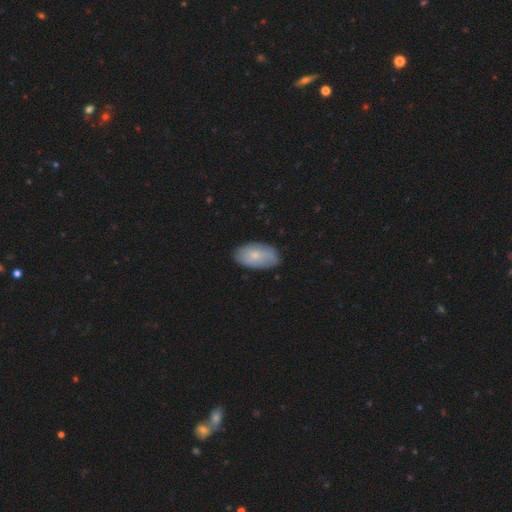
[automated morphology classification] smooth-or-featured: smooth: 69% | featured or disk: 25% | star or artifact: 6%
  how-rounded: in between: 94% | round: 4% | cigar-shaped: 2%
  merging: none: 77% | minor disturbance: 19% | major disturbance: 3% | merger: 1%